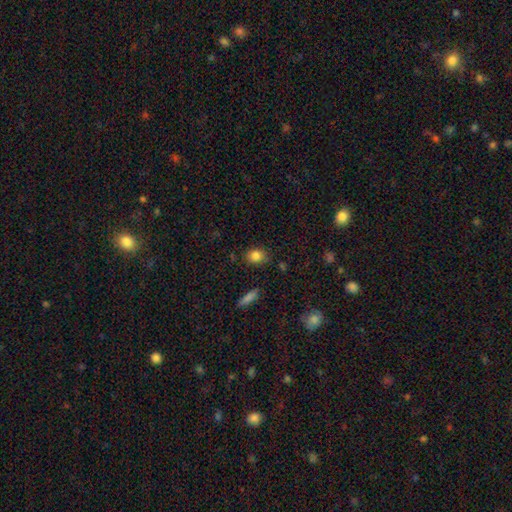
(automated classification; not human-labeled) Morphology: type=smooth (83%); roundness=in between (51%); merging=none (77%).